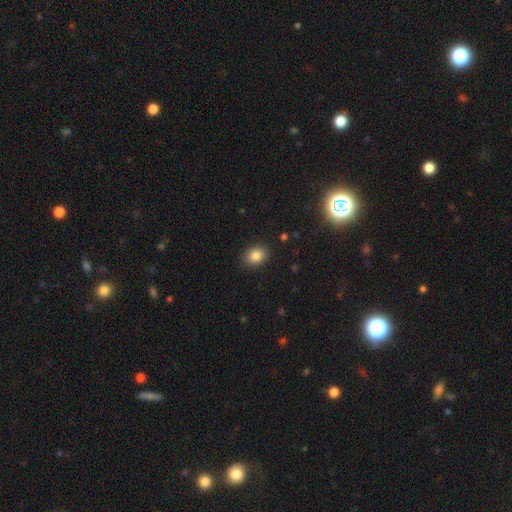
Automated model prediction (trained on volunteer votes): A smooth galaxy with no disk features (84%) that is in between round and cigar-shaped (56%). Merging: none (89%).